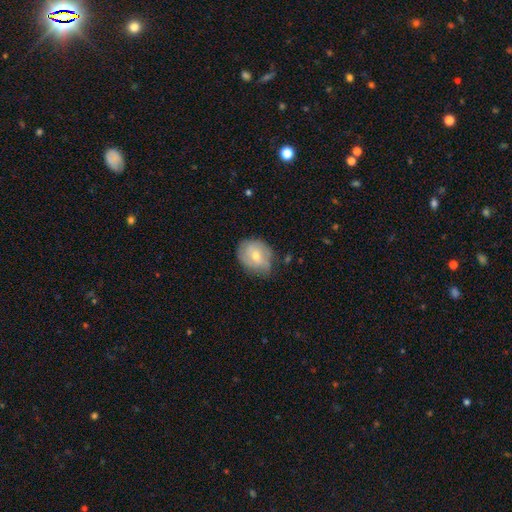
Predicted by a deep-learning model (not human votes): smooth 50%, featured or disk 41%, star or artifact 8%. Down the decision tree: how rounded — round (56%); merging — none (62%).